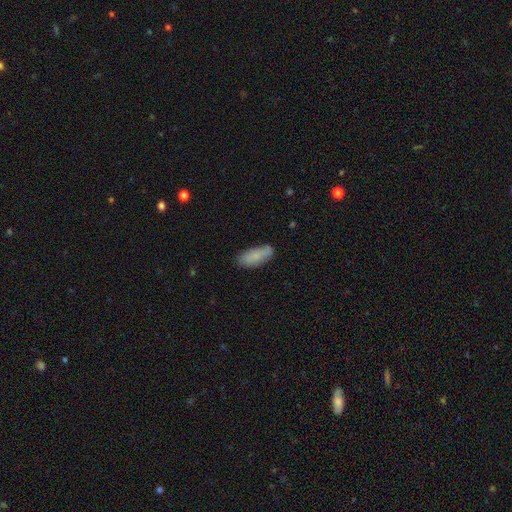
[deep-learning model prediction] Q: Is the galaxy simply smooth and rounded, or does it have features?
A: smooth — 81%.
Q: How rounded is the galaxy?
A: in between — 78%.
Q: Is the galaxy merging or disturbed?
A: none — 75%.